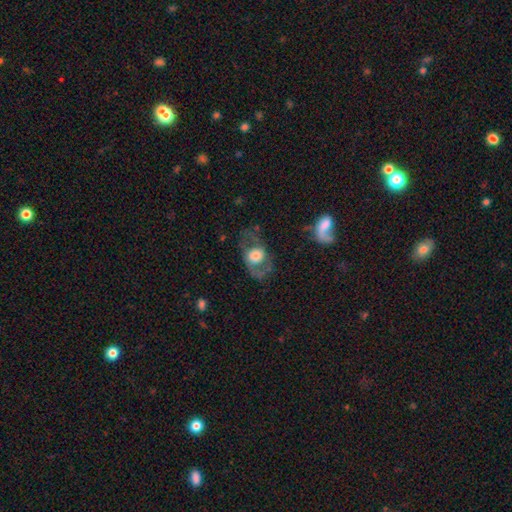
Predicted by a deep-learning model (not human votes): Smooth or featured: featured or disk — 47% (smooth — 45%)
Merging: none — 54% (major disturbance — 25%)